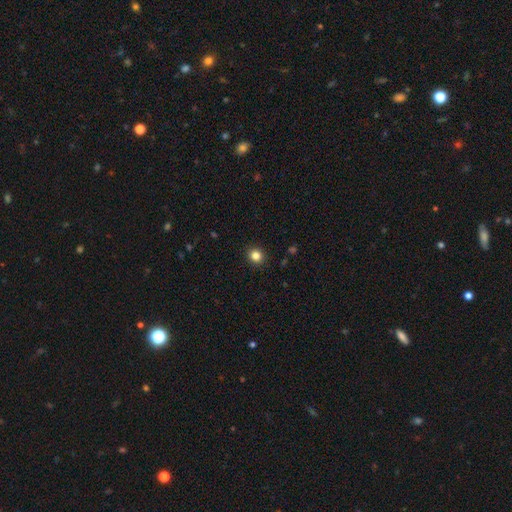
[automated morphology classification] Smooth or featured?
  - smooth: 84% *
  - star or artifact: 12%
  - featured or disk: 5%
How rounded?
  - round: 85% *
  - in between: 14%
  - cigar-shaped: 1%
Merging?
  - none: 92% *
  - minor disturbance: 5%
  - major disturbance: 2%
  - merger: 1%